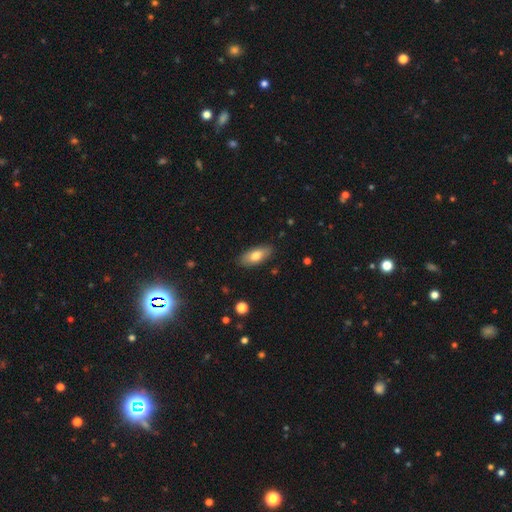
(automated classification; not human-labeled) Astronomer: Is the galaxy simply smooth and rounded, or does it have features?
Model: smooth — 74%.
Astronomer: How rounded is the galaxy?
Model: in between — 85%.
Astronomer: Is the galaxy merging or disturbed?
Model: none — 85%.